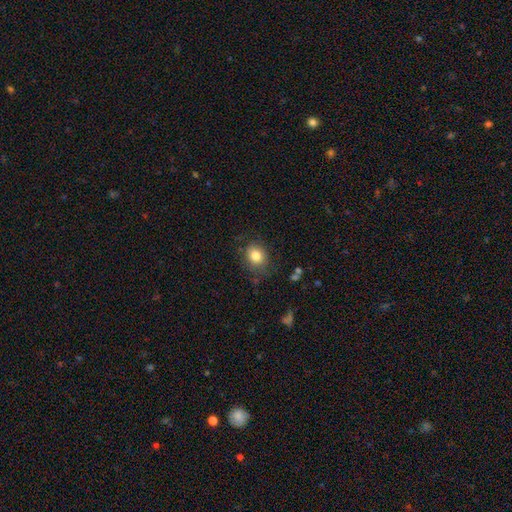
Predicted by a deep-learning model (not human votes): Overall: smooth (81%). How rounded: round (60%; in between 39%). Merging: none (77%).